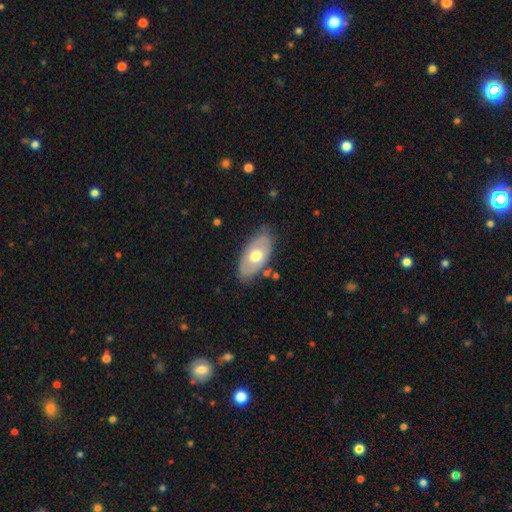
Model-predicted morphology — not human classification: Smooth or featured?
  - smooth: 56% *
  - featured or disk: 39%
  - star or artifact: 6%
How rounded?
  - in between: 92% *
  - round: 4%
  - cigar-shaped: 3%
Merging?
  - none: 76% *
  - minor disturbance: 17%
  - major disturbance: 4%
  - merger: 3%